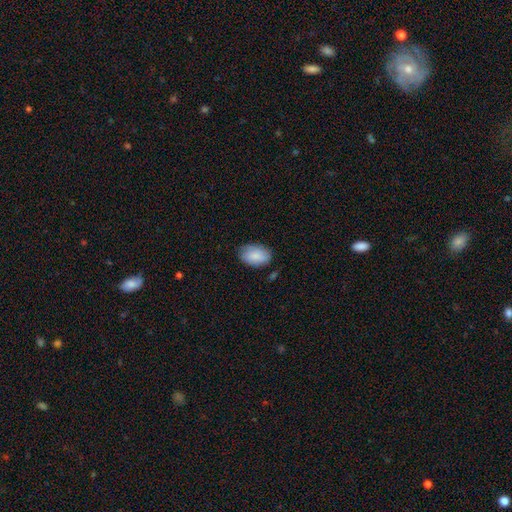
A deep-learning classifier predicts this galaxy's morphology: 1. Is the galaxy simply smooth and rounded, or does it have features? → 85% smooth, 9% featured or disk, 6% star or artifact.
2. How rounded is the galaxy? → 89% in between, 9% round, 1% cigar-shaped.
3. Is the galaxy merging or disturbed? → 75% none, 19% minor disturbance, 4% major disturbance, 2% merger.